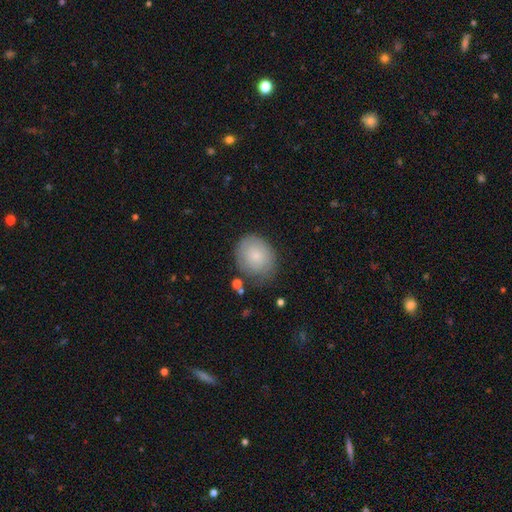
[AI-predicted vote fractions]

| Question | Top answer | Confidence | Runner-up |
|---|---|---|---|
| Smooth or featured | smooth | 76% | featured or disk (17%) |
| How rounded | round | 56% | in between (43%) |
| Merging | none | 67% | minor disturbance (23%) |